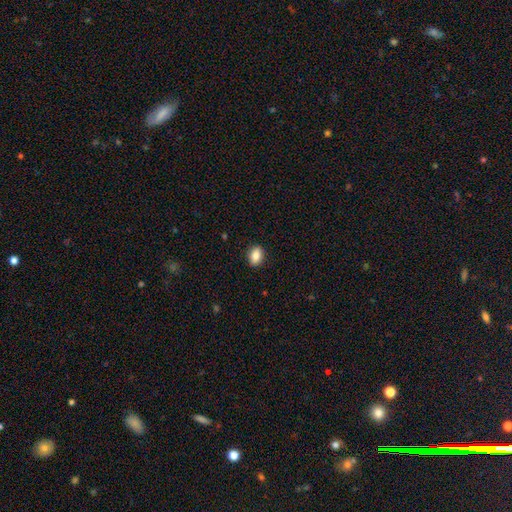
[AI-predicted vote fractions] This is clearly a smooth galaxy (87%). How rounded: likely in between (78%). Merging: clearly none (89%).